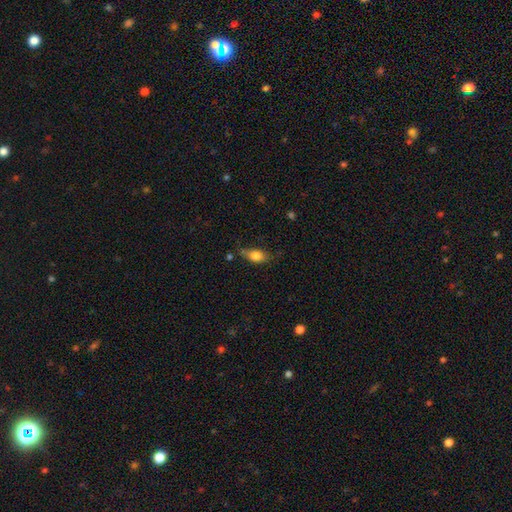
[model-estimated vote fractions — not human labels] Overall: smooth (80%). How rounded: in between (84%). Merging: none (66%).